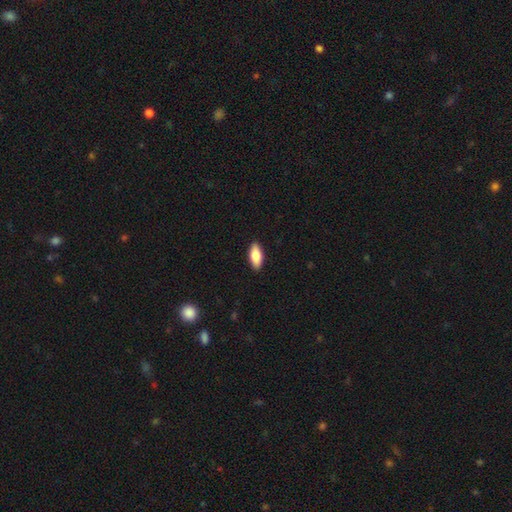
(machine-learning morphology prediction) Smooth or featured? smooth (82%)
How rounded? in between (83%)
Merging? none (91%)